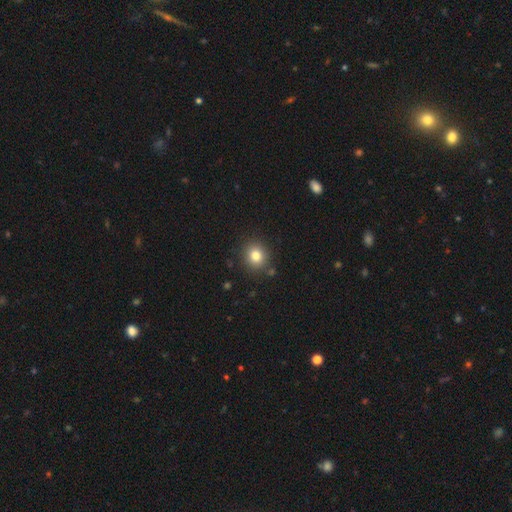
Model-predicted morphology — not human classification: Smooth or featured? Predicted: smooth (p=0.81). How rounded? Predicted: round (p=0.83). Merging? Predicted: none (p=0.87).